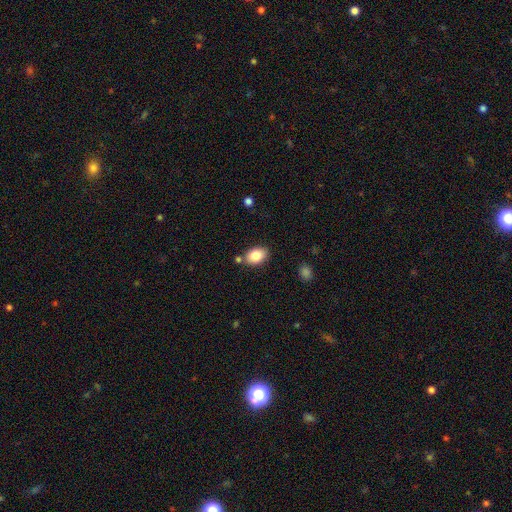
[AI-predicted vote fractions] Q: Smooth or featured?
A: smooth (83%); runner-up: featured or disk (9%)
Q: How rounded?
A: in between (84%); runner-up: round (15%)
Q: Merging?
A: none (78%); runner-up: minor disturbance (12%)